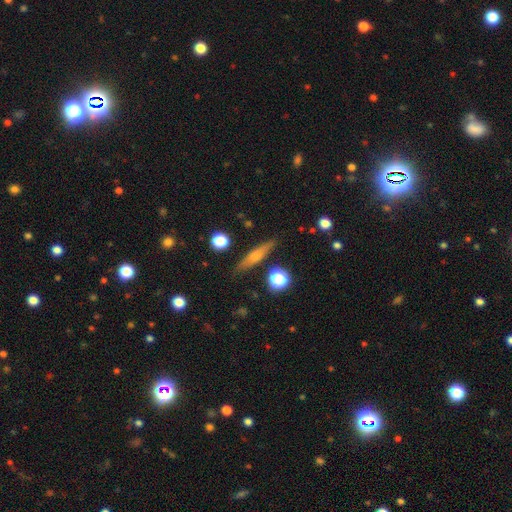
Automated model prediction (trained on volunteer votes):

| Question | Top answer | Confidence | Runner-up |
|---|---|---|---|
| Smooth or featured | smooth | 53% | featured or disk (37%) |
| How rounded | cigar-shaped | 78% | in between (15%) |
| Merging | none | 85% | minor disturbance (10%) |